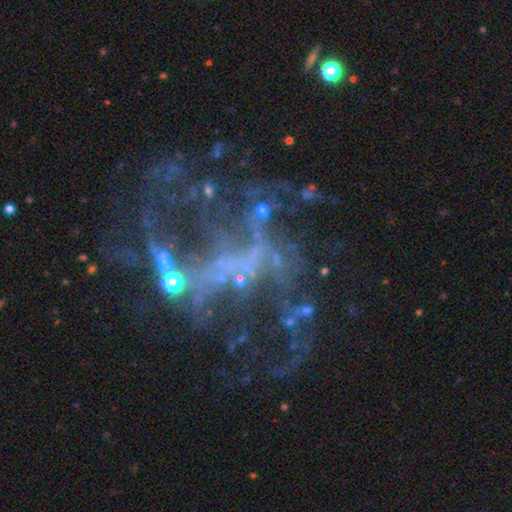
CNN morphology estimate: A featured or disk galaxy (64%) with no bar (68%), no spiral arms (67%) and no central bulge (73%).

Vote fractions:
- Smooth or featured? featured or disk: 64% / star or artifact: 28% / smooth: 8%
- Edge-on disk? no: 96% / yes: 4%
- Bar? no: 68% / weak: 18% / strong: 14%
- Spiral arms? no: 67% / yes: 33%
- Bulge size? none: 73% / small: 19% / moderate: 6% / large: 1% / dominant: 1%
- Merging? none: 40% / major disturbance: 39% / minor disturbance: 13% / merger: 9%